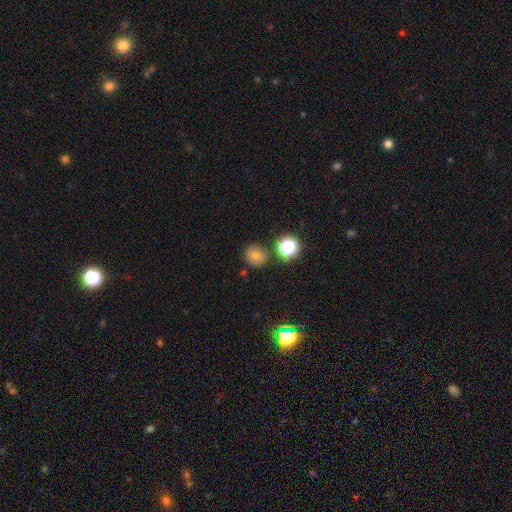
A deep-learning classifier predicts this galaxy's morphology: This appears to be a smooth galaxy with no disk features (57%) that is round (83%). Merging: none (83%).